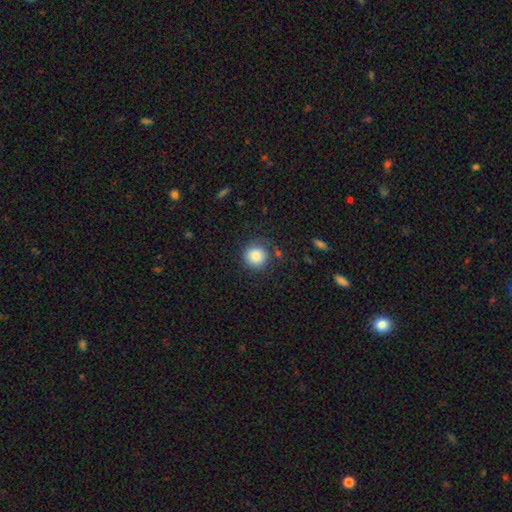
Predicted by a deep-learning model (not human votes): This appears to be a smooth galaxy with no disk features (82%) that is round (92%). Merging: none (71%).